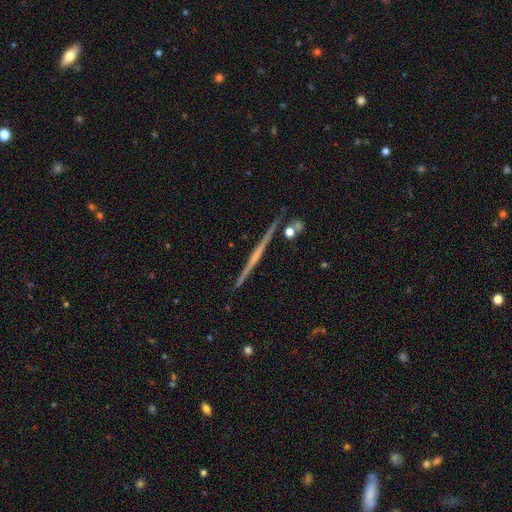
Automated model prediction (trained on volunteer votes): A featured or disk galaxy (75%) viewed edge-on (98%) with no central bulge (51%).

Vote fractions:
- Smooth or featured? featured or disk: 75% / smooth: 17% / star or artifact: 8%
- Edge-on disk? yes: 98% / no: 2%
- Edge-on bulge? none: 51% / rounded: 41% / boxy: 8%
- Merging? none: 90% / minor disturbance: 6% / merger: 2% / major disturbance: 2%